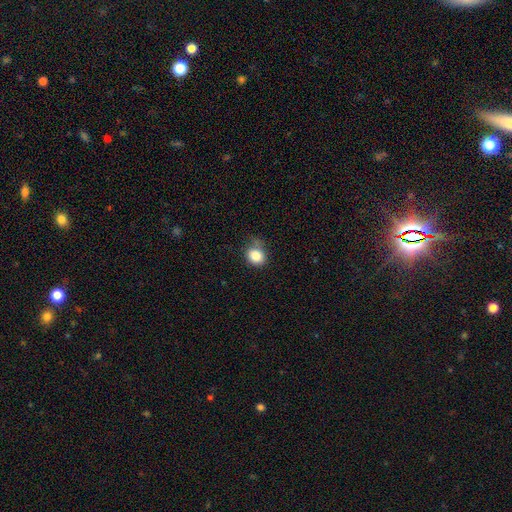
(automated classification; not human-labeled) A smooth galaxy with no disk features (84%) that is round (65%).

Vote fractions:
- Smooth or featured? smooth: 84% / star or artifact: 10% / featured or disk: 6%
- How rounded? round: 65% / in between: 34% / cigar-shaped: 1%
- Merging? none: 61% / minor disturbance: 28% / major disturbance: 7% / merger: 4%